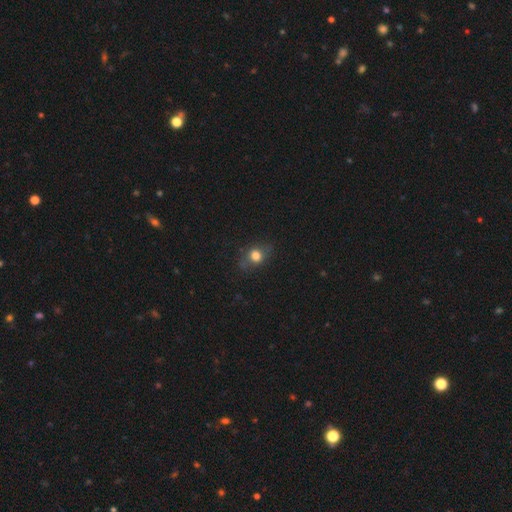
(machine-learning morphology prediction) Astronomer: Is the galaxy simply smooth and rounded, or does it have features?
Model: smooth — 72%.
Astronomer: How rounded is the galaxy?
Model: round — 53% (runner-up: in between, 44%).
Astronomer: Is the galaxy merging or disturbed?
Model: none — 74%.